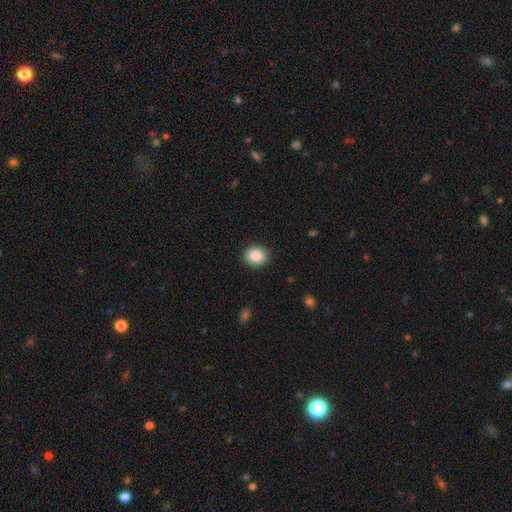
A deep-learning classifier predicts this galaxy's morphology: type=smooth (86%); roundness=round (70%); merging=none (91%).